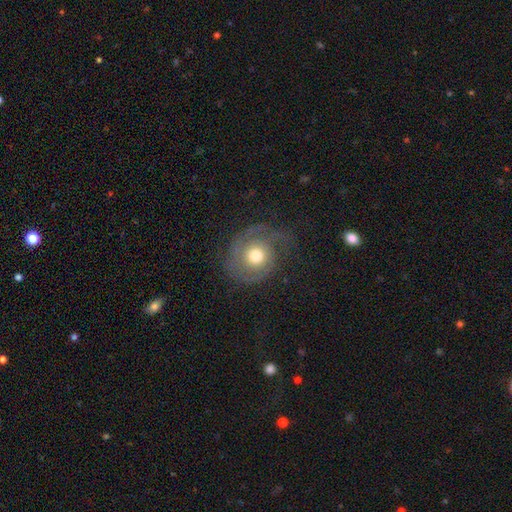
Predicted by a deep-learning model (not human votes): smooth_or_featured: featured or disk (p=0.64) [alt: smooth p=0.28]
disk_edge_on: no (p=0.97) [alt: yes p=0.03]
bar: no (p=0.83) [alt: weak p=0.14]
has_spiral_arms: yes (p=0.86) [alt: no p=0.14]
spiral_winding: tight (p=0.45) [alt: medium p=0.37]
spiral_arm_count: 2 (p=0.56) [alt: can't tell p=0.16]
bulge_size: moderate (p=0.68) [alt: large p=0.21]
merging: none (p=0.61) [alt: minor disturbance p=0.21]